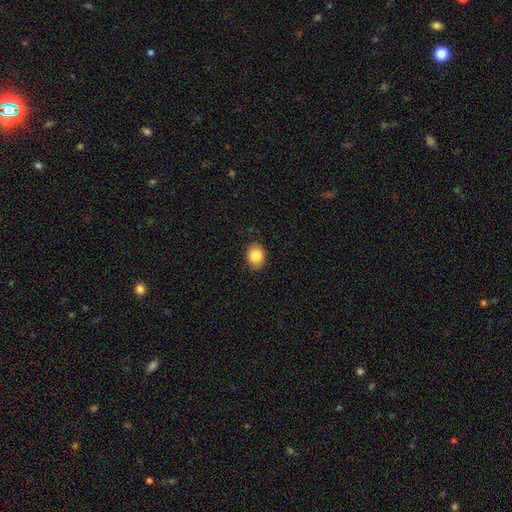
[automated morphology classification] Smooth or featured?
  - smooth: 86% *
  - star or artifact: 8%
  - featured or disk: 6%
How rounded?
  - in between: 58% *
  - round: 41%
  - cigar-shaped: 1%
Merging?
  - none: 87% *
  - minor disturbance: 9%
  - major disturbance: 2%
  - merger: 1%